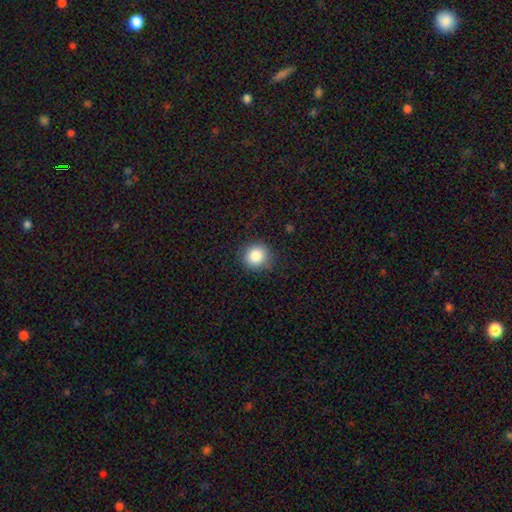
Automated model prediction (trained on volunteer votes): This is clearly a smooth galaxy (87%). How rounded: clearly round (89%). Merging: clearly none (86%).